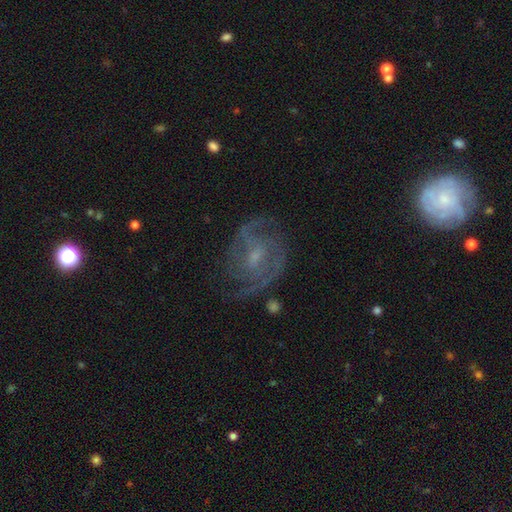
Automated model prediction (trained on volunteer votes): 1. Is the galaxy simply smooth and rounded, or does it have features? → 82% featured or disk, 10% smooth, 8% star or artifact.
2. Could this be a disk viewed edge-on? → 97% no, 3% yes.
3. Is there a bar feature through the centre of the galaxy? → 52% weak, 36% no, 12% strong.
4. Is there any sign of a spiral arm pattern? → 92% yes, 8% no.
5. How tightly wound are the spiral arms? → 49% medium, 35% tight, 16% loose.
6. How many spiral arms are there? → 57% 2, 20% can't tell, 12% 3, 4% 1, 4% 4, 3% more than 4.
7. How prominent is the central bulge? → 57% small, 28% moderate, 12% none, 2% large, 1% dominant.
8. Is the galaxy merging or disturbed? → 69% none, 17% minor disturbance, 12% major disturbance, 2% merger.